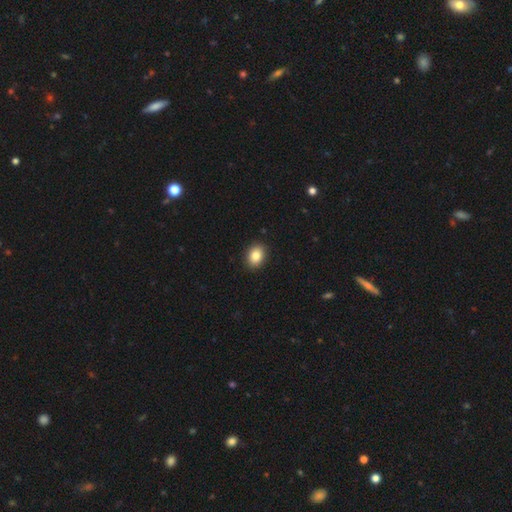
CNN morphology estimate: A smooth galaxy with no disk features (84%) that is in between round and cigar-shaped (66%).

Vote fractions:
- Smooth or featured? smooth: 84% / star or artifact: 9% / featured or disk: 7%
- How rounded? in between: 66% / round: 33% / cigar-shaped: 1%
- Merging? none: 91% / minor disturbance: 7% / major disturbance: 2% / merger: 1%